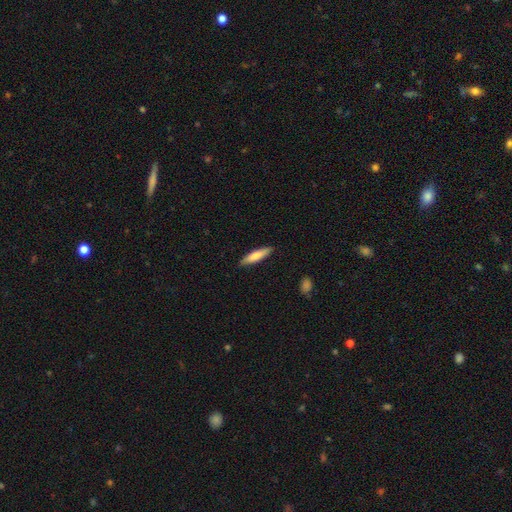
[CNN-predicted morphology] Q: Smooth or featured?
A: smooth (77%); runner-up: featured or disk (18%)
Q: How rounded?
A: cigar-shaped (75%); runner-up: in between (23%)
Q: Merging?
A: none (88%); runner-up: minor disturbance (9%)